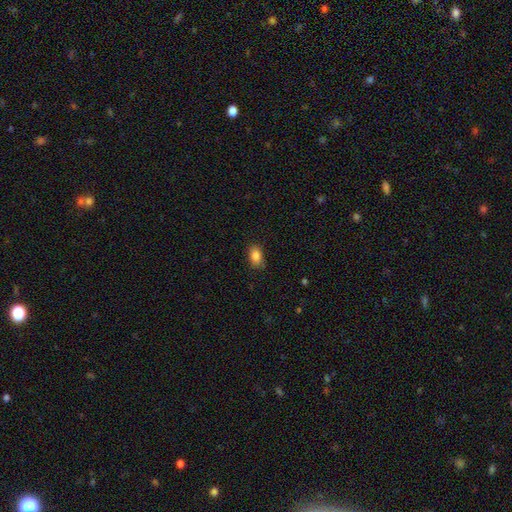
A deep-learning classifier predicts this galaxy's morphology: The model was most divided on "merging": none: 81%, minor disturbance: 15%, major disturbance: 3%, merger: 1%. More confident: smooth or featured — smooth (86%); how rounded — in between (85%).